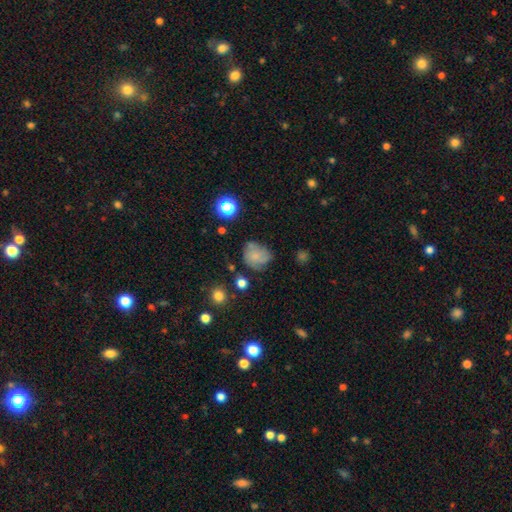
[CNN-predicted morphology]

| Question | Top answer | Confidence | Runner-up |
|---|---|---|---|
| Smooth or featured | smooth | 66% | featured or disk (22%) |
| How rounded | round | 69% | in between (30%) |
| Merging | none | 54% | minor disturbance (28%) |